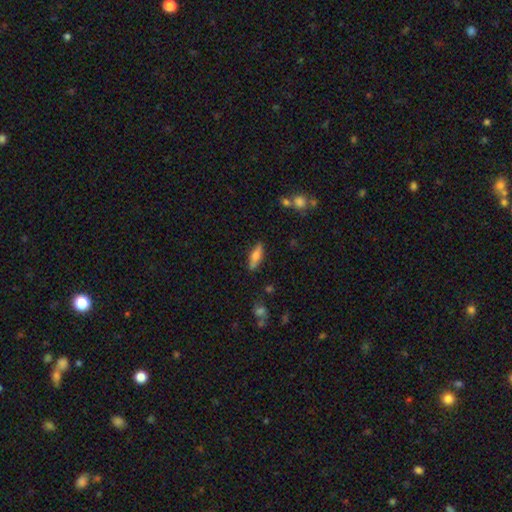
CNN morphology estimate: smooth-or-featured: smooth: 63% | featured or disk: 31% | star or artifact: 7%
  how-rounded: cigar-shaped: 53% | in between: 44% | round: 3%
  merging: none: 85% | minor disturbance: 11% | major disturbance: 2% | merger: 2%